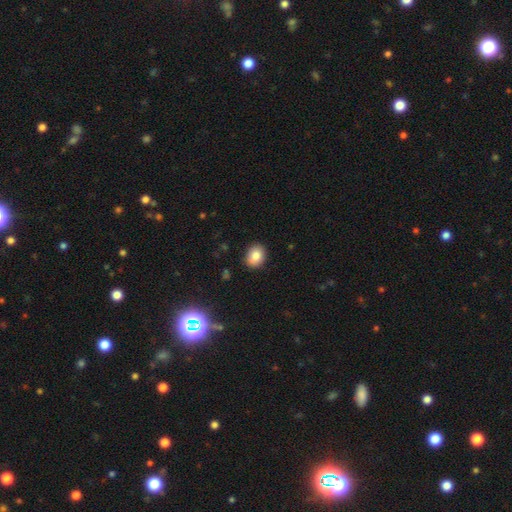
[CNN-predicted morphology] Overall: smooth (83%). How rounded: in between (51%; round 48%). Merging: none (86%).